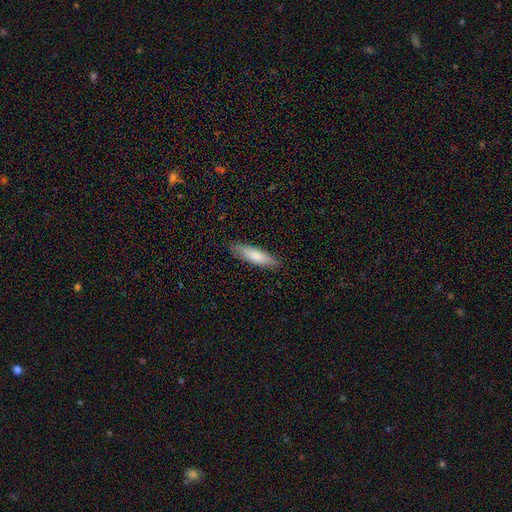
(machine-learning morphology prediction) The model was most divided on "how rounded": cigar-shaped: 60%, in between: 38%, round: 1%. More confident: merging — none (84%); smooth or featured — smooth (79%).